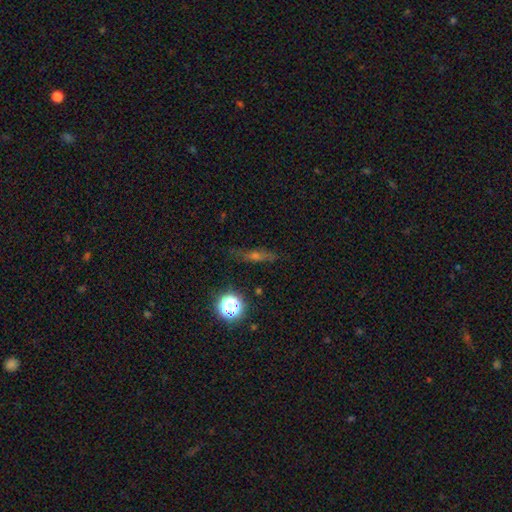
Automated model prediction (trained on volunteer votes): A featured or disk galaxy (38%). Merging: none (79%).